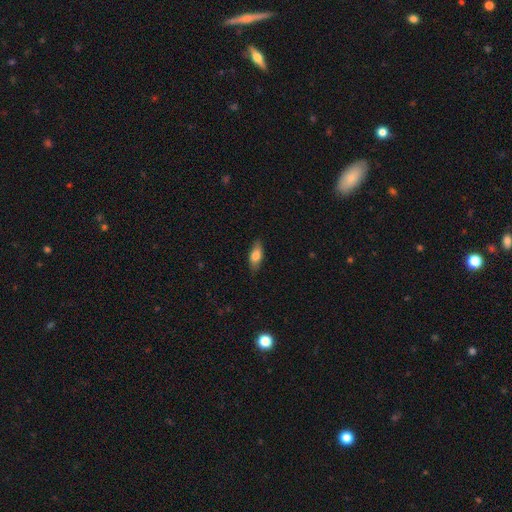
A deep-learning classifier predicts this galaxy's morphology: A smooth galaxy with no disk features (76%) that is in between round and cigar-shaped (78%). Merging: none (84%).